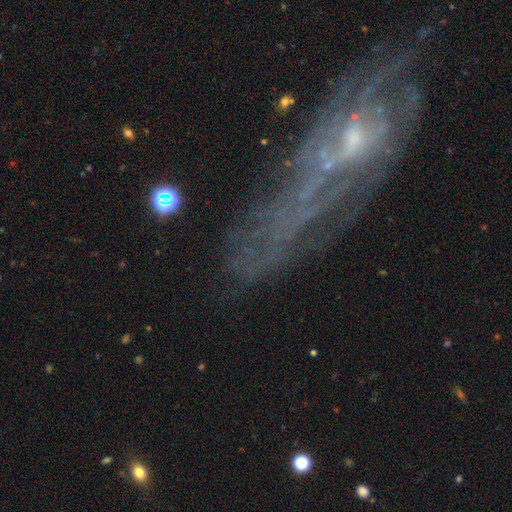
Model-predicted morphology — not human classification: A featured or disk galaxy (72%) with no bar (60%), spiral arms (77%) and a small central bulge (62%). Merging: none (65%).